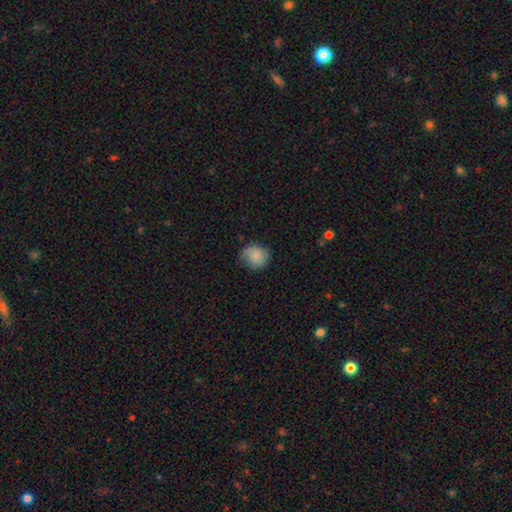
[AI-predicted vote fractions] The model was most divided on "merging": none: 59%, minor disturbance: 29%, major disturbance: 10%, merger: 2%. More confident: how rounded — round (79%); smooth or featured — smooth (75%).